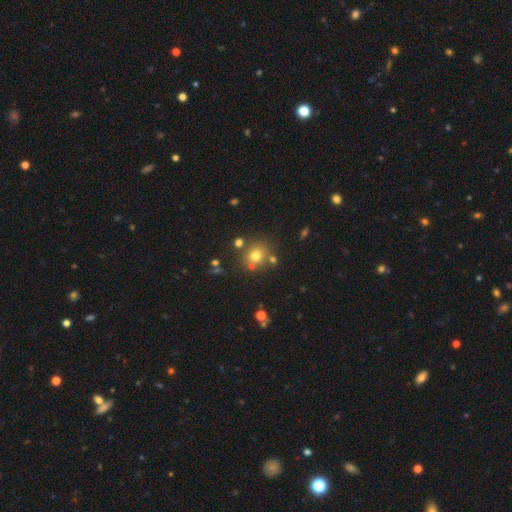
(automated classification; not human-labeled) A smooth galaxy with no disk features (70%) that is round (86%).

Vote fractions:
- Smooth or featured? smooth: 70% / star or artifact: 19% / featured or disk: 11%
- How rounded? round: 86% / in between: 14% / cigar-shaped: 1%
- Merging? none: 75% / merger: 12% / minor disturbance: 10% / major disturbance: 4%